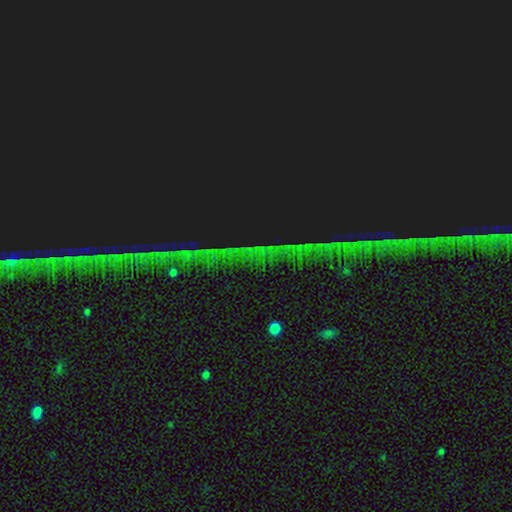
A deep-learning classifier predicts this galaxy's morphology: Smooth or featured?
  - star or artifact: 82% *
  - smooth: 9%
  - featured or disk: 8%